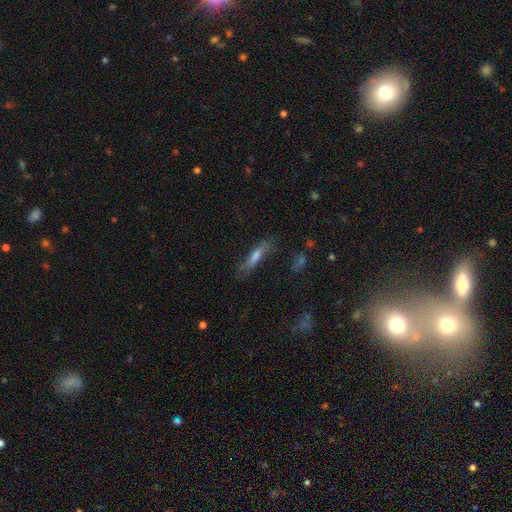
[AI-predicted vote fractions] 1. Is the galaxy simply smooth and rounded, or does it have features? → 56% smooth, 34% featured or disk, 10% star or artifact.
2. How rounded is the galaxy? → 83% cigar-shaped, 15% in between, 2% round.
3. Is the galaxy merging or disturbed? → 70% none, 20% minor disturbance, 8% major disturbance, 2% merger.